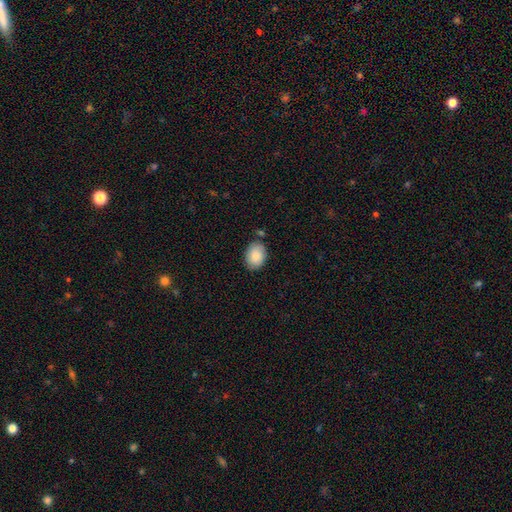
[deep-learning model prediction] Smooth or featured: smooth — 86% (featured or disk — 7%)
How rounded: in between — 69% (round — 30%)
Merging: none — 82% (minor disturbance — 12%)